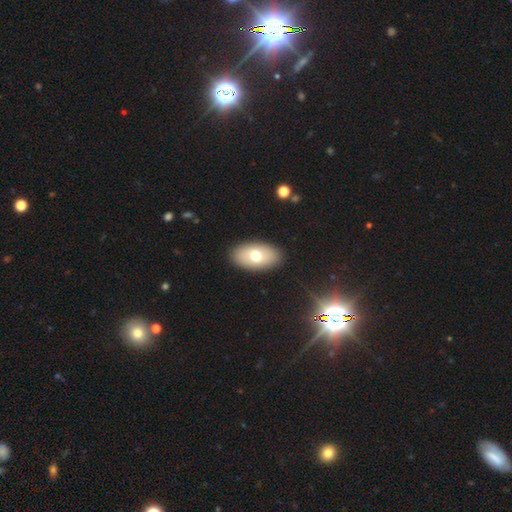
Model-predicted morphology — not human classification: smooth 69%, featured or disk 23%, star or artifact 8%. Down the decision tree: how rounded — in between (93%); merging — none (89%).